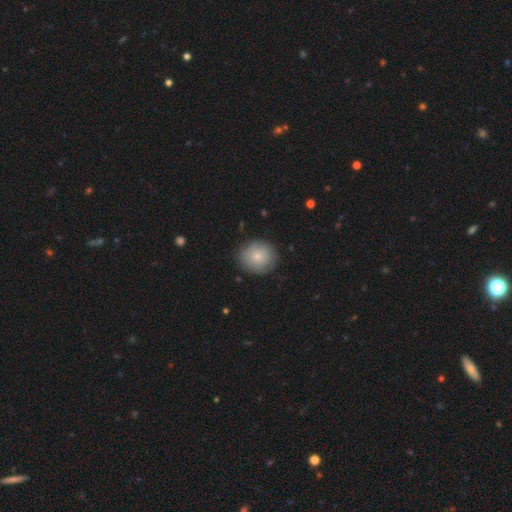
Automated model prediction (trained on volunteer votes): smooth 79%, featured or disk 14%, star or artifact 7%. Down the decision tree: how rounded — round (85%); merging — none (85%).